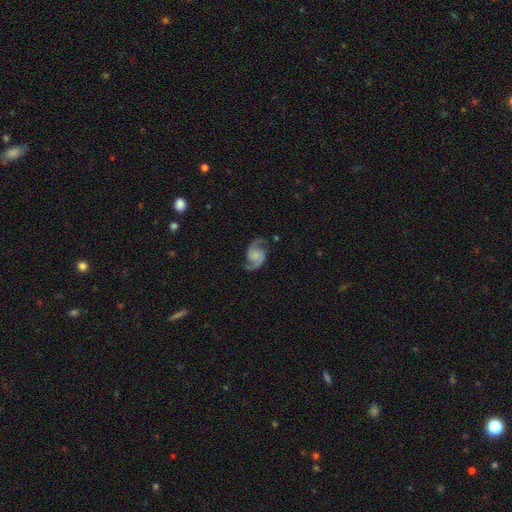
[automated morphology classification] The model was most divided on "bulge size": small: 41%, none: 26%, moderate: 25%, large: 6%, dominant: 2%. More confident: edge-on disk — no (98%); spiral arms — yes (98%); spiral arm count — 2 (94%); smooth or featured — featured or disk (90%); merging — none (79%); bar — no (65%); spiral winding — medium (55%).